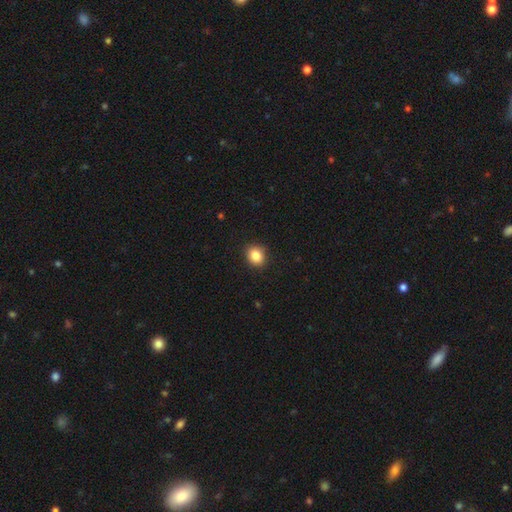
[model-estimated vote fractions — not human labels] smooth_or_featured: smooth (p=0.85) [alt: star or artifact p=0.10]
how_rounded: round (p=0.65) [alt: in between p=0.34]
merging: none (p=0.88) [alt: minor disturbance p=0.09]